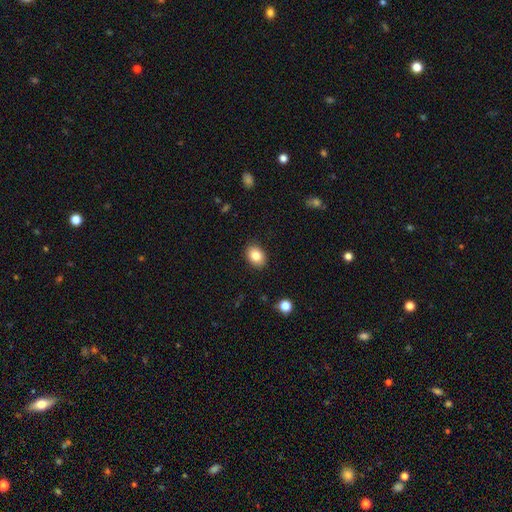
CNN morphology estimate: smooth-or-featured: smooth: 84% | star or artifact: 9% | featured or disk: 7%
  how-rounded: in between: 73% | round: 26% | cigar-shaped: 1%
  merging: none: 89% | minor disturbance: 8% | major disturbance: 2% | merger: 1%